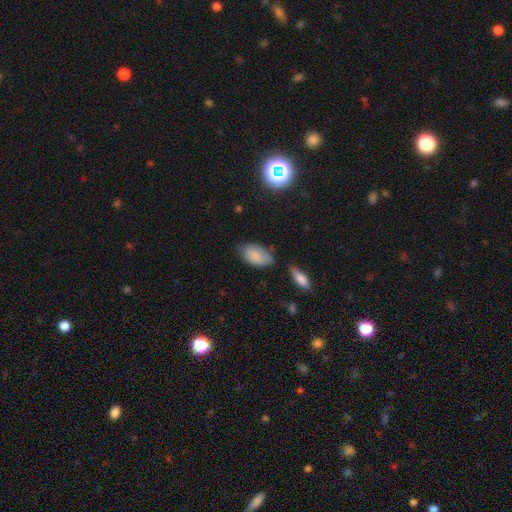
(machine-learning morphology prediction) Overall: smooth (86%). How rounded: in between (94%). Merging: none (62%; minor disturbance 26%).